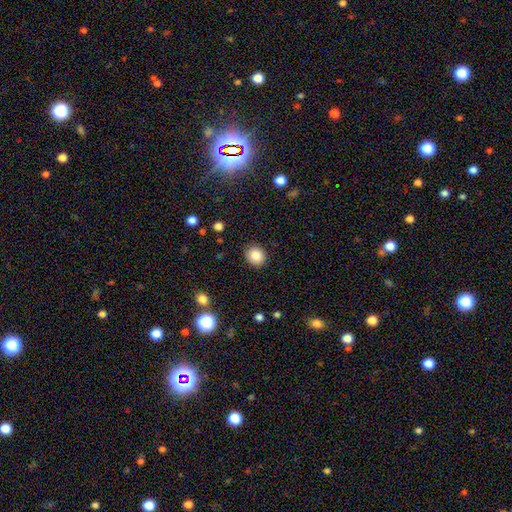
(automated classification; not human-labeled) A smooth galaxy with no disk features (86%) that is round (79%).

Vote fractions:
- Smooth or featured? smooth: 86% / star or artifact: 9% / featured or disk: 5%
- How rounded? round: 79% / in between: 20% / cigar-shaped: 1%
- Merging? none: 90% / minor disturbance: 6% / major disturbance: 2% / merger: 1%